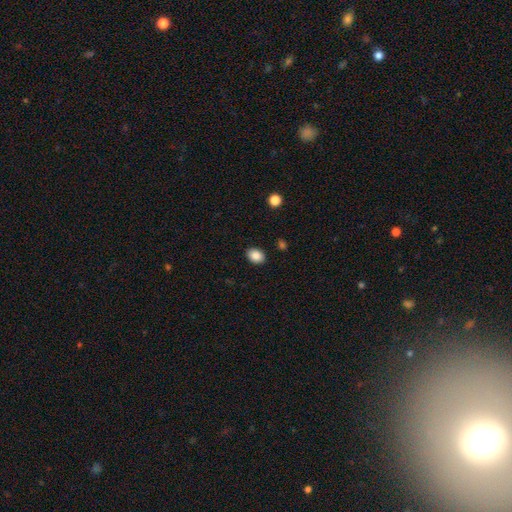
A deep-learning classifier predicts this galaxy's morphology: A smooth galaxy with no disk features (87%) that is in between round and cigar-shaped (67%). Merging: none (89%).